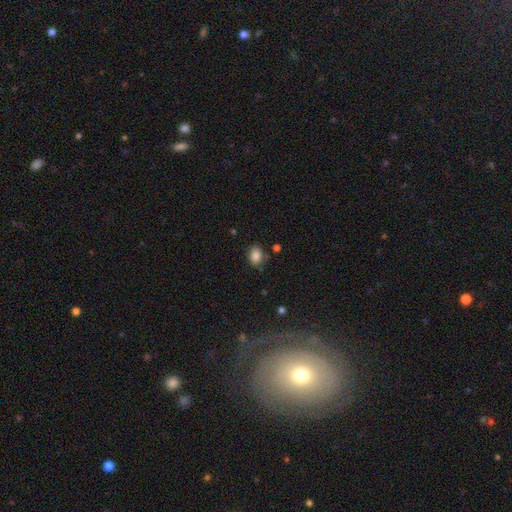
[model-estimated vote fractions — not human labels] Overall: smooth (85%). How rounded: in between (67%; round 32%). Merging: none (78%).